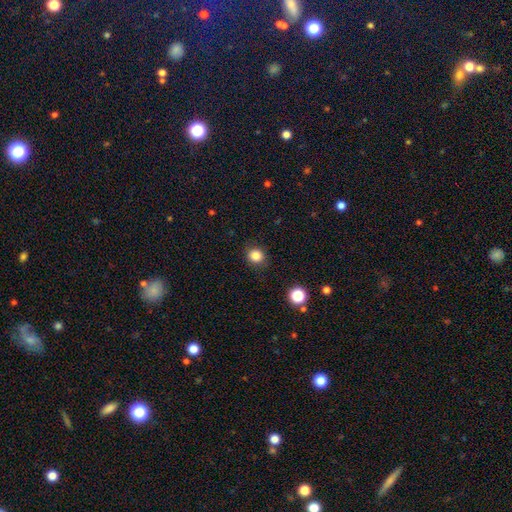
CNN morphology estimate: A smooth galaxy with no disk features (84%) that is round (85%).

Vote fractions:
- Smooth or featured? smooth: 84% / star or artifact: 12% / featured or disk: 4%
- How rounded? round: 85% / in between: 14% / cigar-shaped: 1%
- Merging? none: 88% / minor disturbance: 8% / major disturbance: 3% / merger: 1%